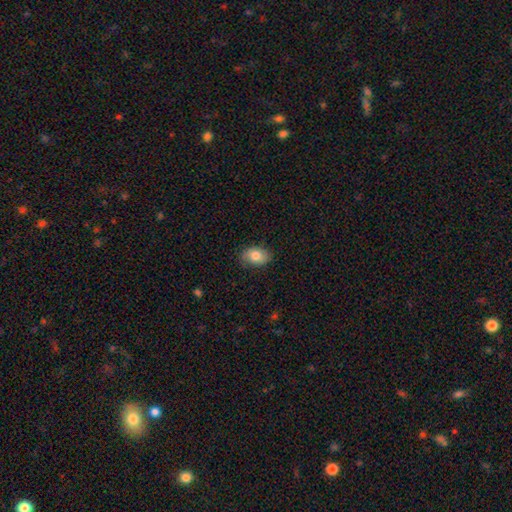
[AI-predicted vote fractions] Overall: smooth (79%). How rounded: in between (83%). Merging: none (82%).